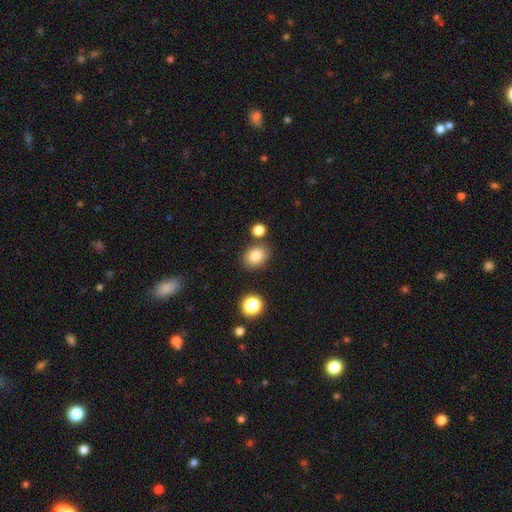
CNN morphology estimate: This appears to be a smooth galaxy with no disk features (83%) that is in between round and cigar-shaped (54%). Merging: none (80%).